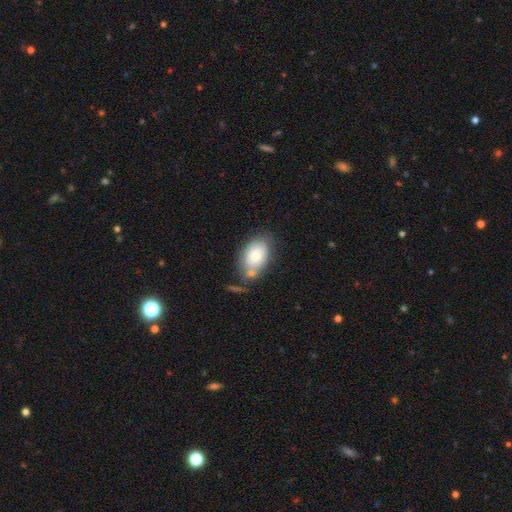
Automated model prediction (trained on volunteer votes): The model was most divided on "merging": none: 57%, minor disturbance: 21%, merger: 16%, major disturbance: 7%. More confident: how rounded — in between (87%); smooth or featured — smooth (76%).